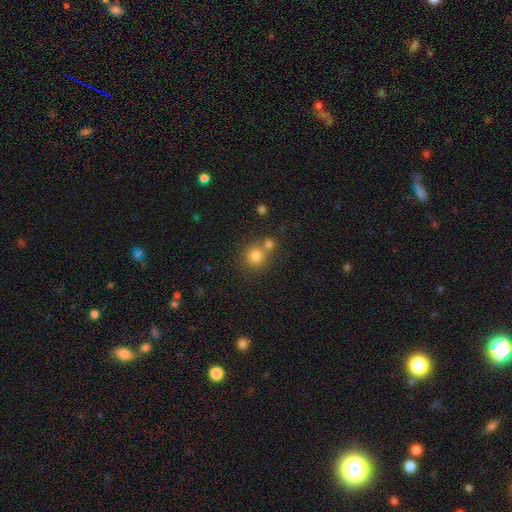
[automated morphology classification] This appears to be a smooth galaxy with no disk features (80%) that is round (90%). Merging: none (58%).